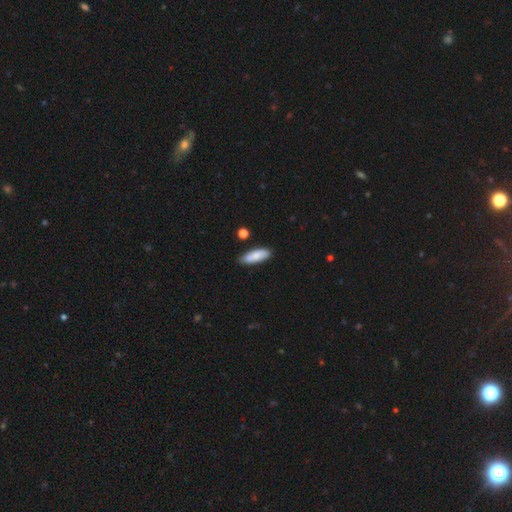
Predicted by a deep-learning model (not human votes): smooth 82%, featured or disk 12%, star or artifact 6%. Down the decision tree: how rounded — in between (53%); merging — none (82%).